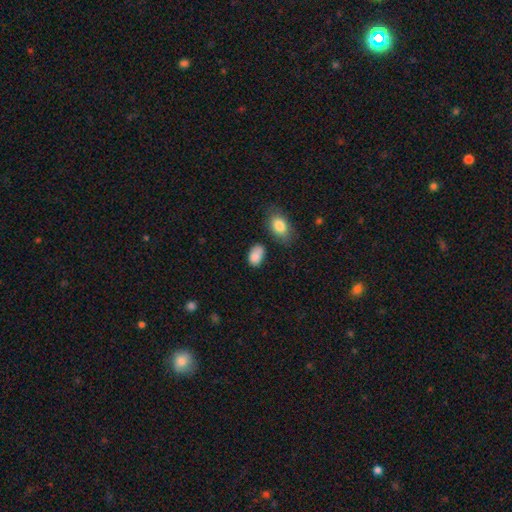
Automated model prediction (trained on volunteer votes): A smooth galaxy with no disk features (87%) that is in between round and cigar-shaped (86%). Merging: none (61%).